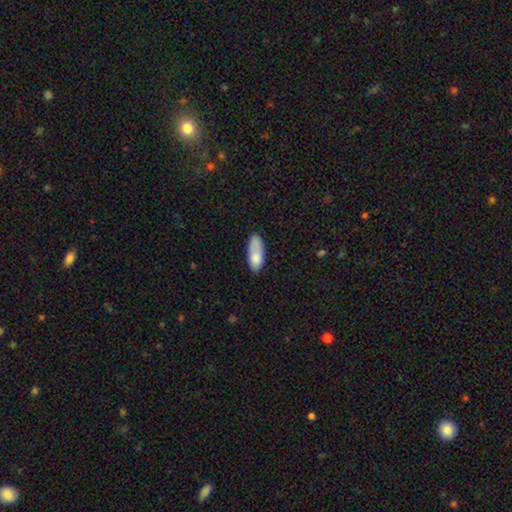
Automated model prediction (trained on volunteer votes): Smooth or featured: smooth — 81% (featured or disk — 12%)
How rounded: in between — 75% (cigar-shaped — 23%)
Merging: none — 55% (minor disturbance — 30%)